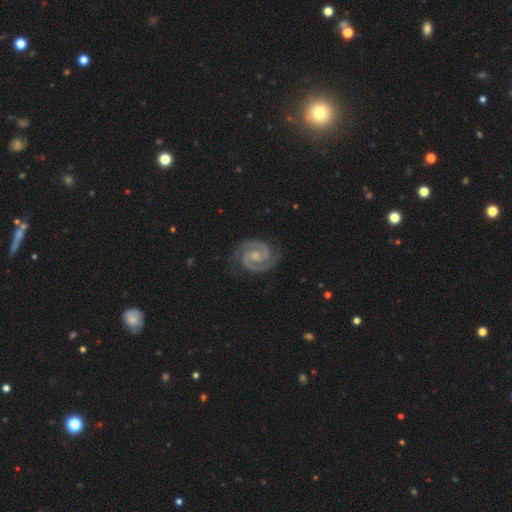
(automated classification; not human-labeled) Smooth or featured? Predicted: featured or disk (p=0.93). Edge-on disk? Predicted: no (p=0.98). Bar? Predicted: no (p=0.54). Spiral arms? Predicted: yes (p=0.99). Spiral winding? Predicted: tight (p=0.61). Spiral arm count? Predicted: 2 (p=0.94). Bulge size? Predicted: small (p=0.45). Merging? Predicted: none (p=0.83).